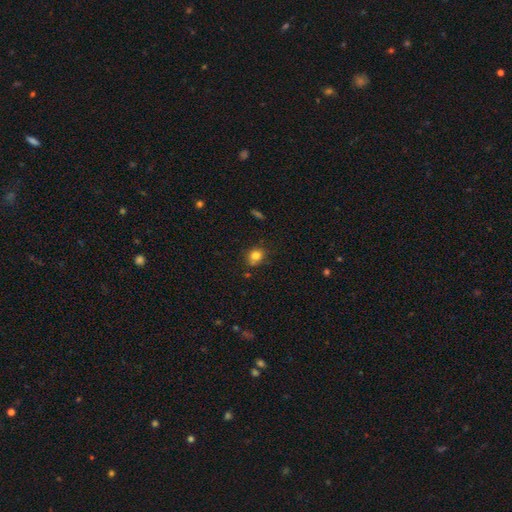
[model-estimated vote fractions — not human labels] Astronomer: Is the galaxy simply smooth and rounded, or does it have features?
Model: smooth — 81%.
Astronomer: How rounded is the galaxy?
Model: round — 58% (runner-up: in between, 40%).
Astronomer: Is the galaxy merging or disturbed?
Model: none — 75%.